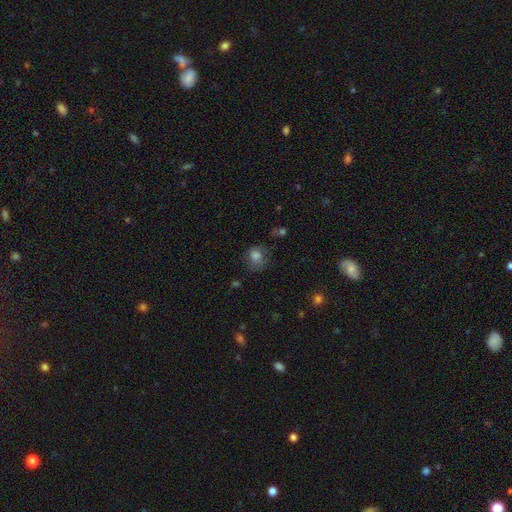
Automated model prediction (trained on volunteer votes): smooth 77%, star or artifact 12%, featured or disk 10%. Down the decision tree: how rounded — round (73%); merging — none (58%).